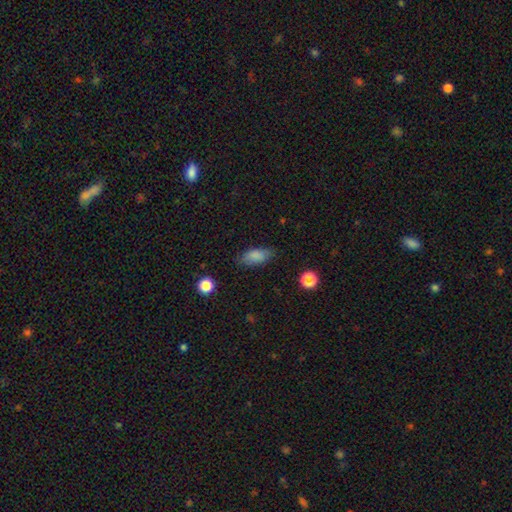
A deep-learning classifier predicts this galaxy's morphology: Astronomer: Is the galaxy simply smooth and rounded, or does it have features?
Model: smooth — 83%.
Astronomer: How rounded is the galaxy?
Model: in between — 86%.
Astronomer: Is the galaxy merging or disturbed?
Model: none — 78%.